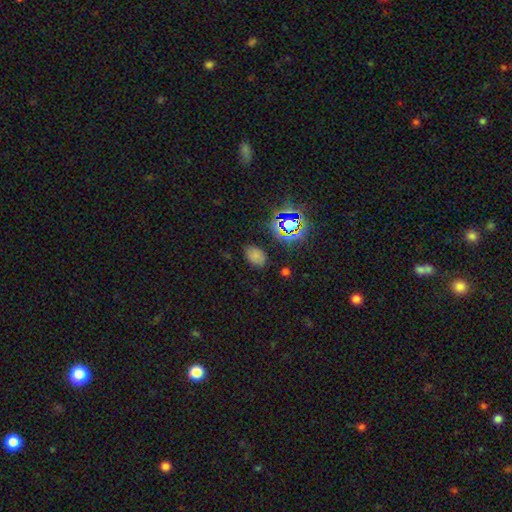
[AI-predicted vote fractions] smooth 66%, star or artifact 25%, featured or disk 9%. Down the decision tree: how rounded — in between (83%); merging — none (79%).